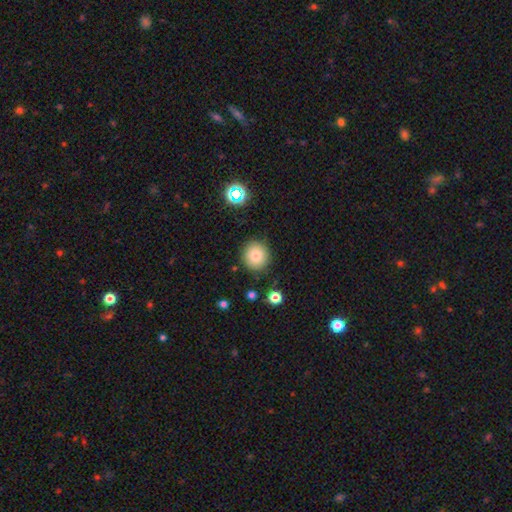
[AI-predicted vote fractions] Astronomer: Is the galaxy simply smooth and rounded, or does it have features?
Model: smooth — 81%.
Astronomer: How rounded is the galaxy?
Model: round — 91%.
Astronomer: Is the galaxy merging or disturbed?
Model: none — 87%.